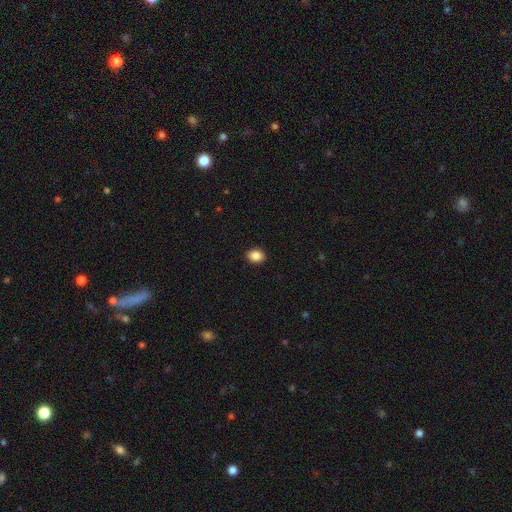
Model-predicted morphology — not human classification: This appears to be a smooth galaxy with no disk features (88%) that is in between round and cigar-shaped (64%). Merging: none (91%).